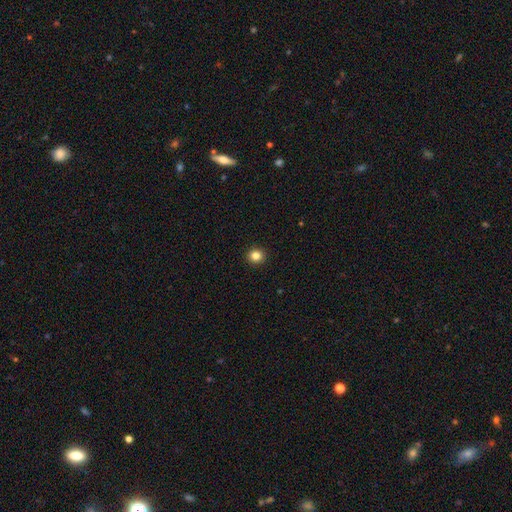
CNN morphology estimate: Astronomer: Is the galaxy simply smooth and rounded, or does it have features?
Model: smooth — 84%.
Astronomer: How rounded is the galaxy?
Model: round — 88%.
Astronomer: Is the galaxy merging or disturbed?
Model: none — 93%.